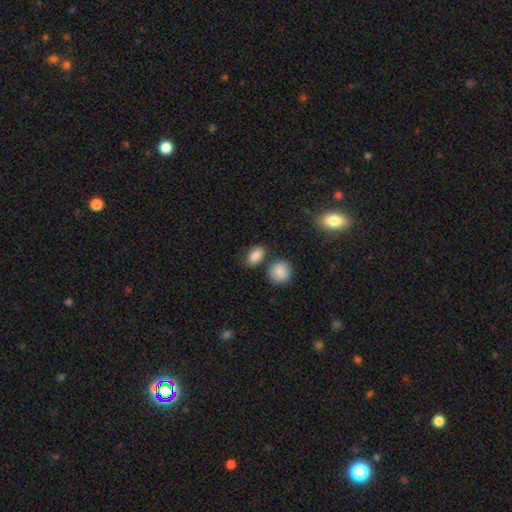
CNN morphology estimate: Overall: smooth (87%). How rounded: in between (82%). Merging: none (69%).